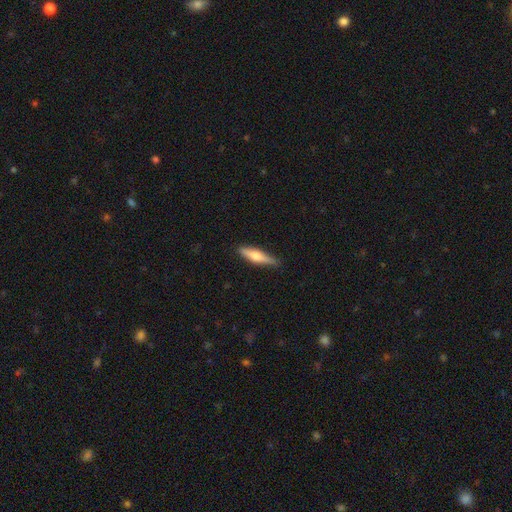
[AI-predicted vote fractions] Q: Smooth or featured?
A: smooth (49%); runner-up: featured or disk (46%)
Q: Merging?
A: none (85%); runner-up: minor disturbance (12%)